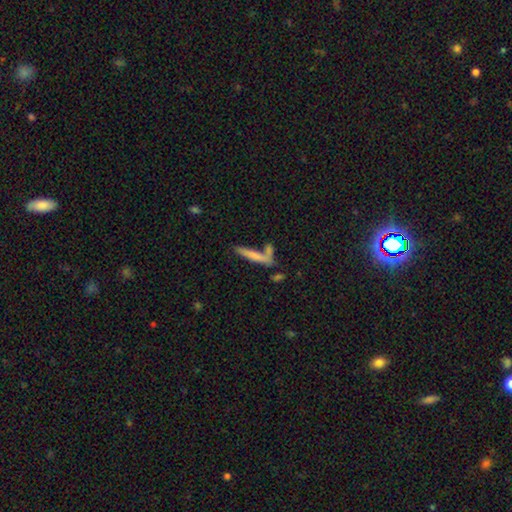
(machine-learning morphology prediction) Smooth or featured: smooth — 67% (featured or disk — 25%)
How rounded: cigar-shaped — 89% (in between — 9%)
Merging: none — 57% (merger — 25%)